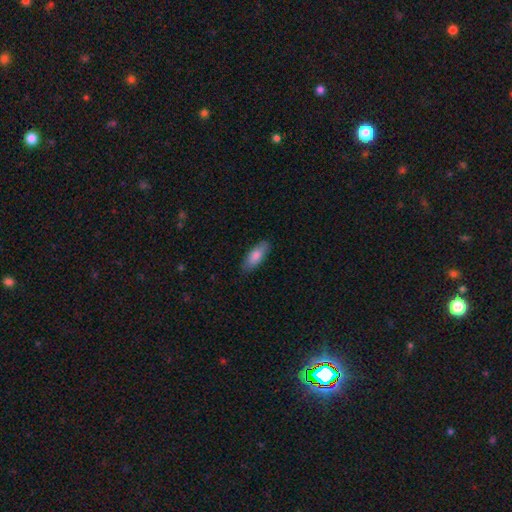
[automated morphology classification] Smooth or featured? smooth (82%)
How rounded? in between (71%)
Merging? none (83%)